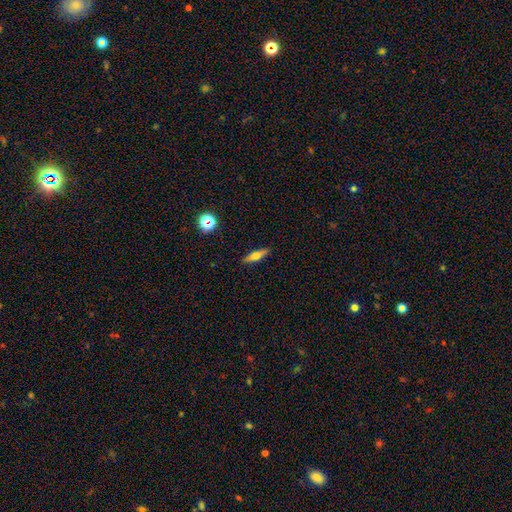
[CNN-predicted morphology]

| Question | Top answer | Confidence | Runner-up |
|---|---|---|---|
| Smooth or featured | smooth | 52% | featured or disk (40%) |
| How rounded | cigar-shaped | 64% | in between (33%) |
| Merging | none | 90% | minor disturbance (7%) |